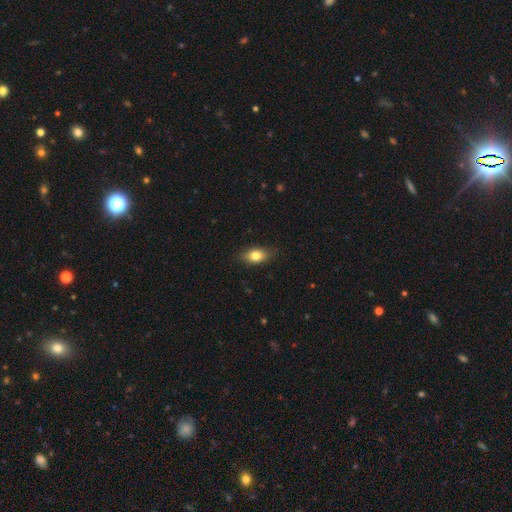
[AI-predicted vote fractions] A smooth galaxy with no disk features (81%) that is in between round and cigar-shaped (84%).

Vote fractions:
- Smooth or featured? smooth: 81% / featured or disk: 11% / star or artifact: 8%
- How rounded? in between: 84% / round: 12% / cigar-shaped: 4%
- Merging? none: 84% / minor disturbance: 12% / major disturbance: 3% / merger: 1%